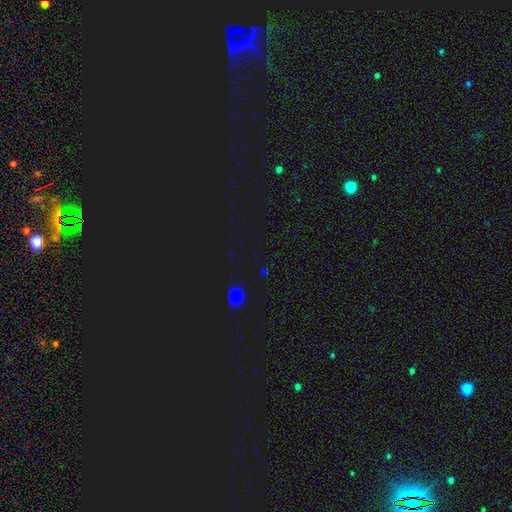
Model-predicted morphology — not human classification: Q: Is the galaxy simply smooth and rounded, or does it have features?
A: star or artifact — 55%.